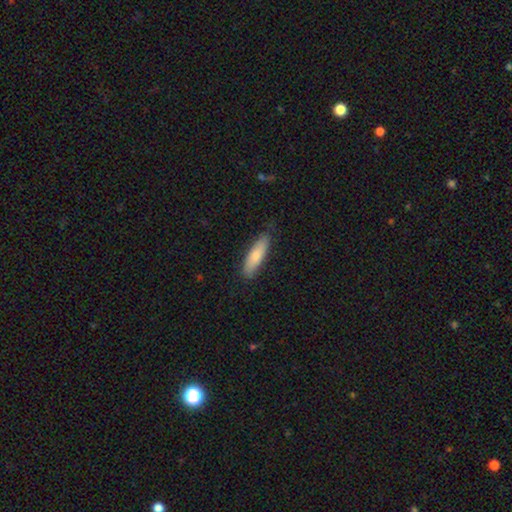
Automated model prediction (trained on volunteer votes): smooth-or-featured: smooth: 79% | featured or disk: 16% | star or artifact: 5%
  how-rounded: cigar-shaped: 61% | in between: 37% | round: 2%
  merging: none: 82% | minor disturbance: 15% | major disturbance: 3% | merger: 1%